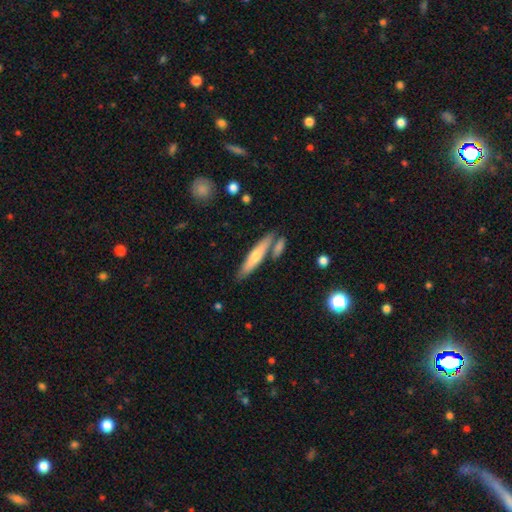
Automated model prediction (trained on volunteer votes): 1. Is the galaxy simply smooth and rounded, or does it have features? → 56% smooth, 38% featured or disk, 6% star or artifact.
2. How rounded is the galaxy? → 85% cigar-shaped, 13% in between, 2% round.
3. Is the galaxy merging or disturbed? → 72% none, 14% merger, 11% minor disturbance, 3% major disturbance.